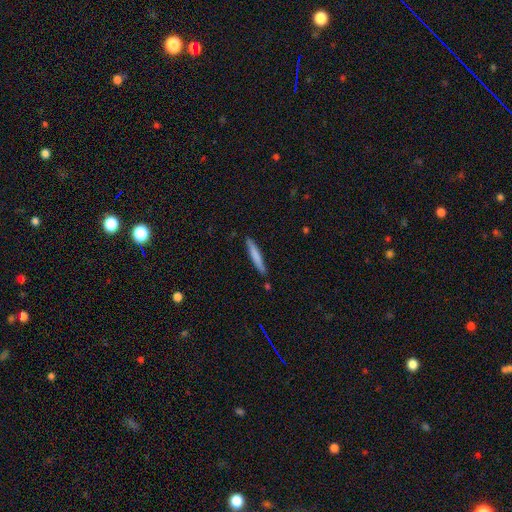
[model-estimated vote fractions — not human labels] Overall: smooth (73%). How rounded: cigar-shaped (94%). Merging: none (86%).